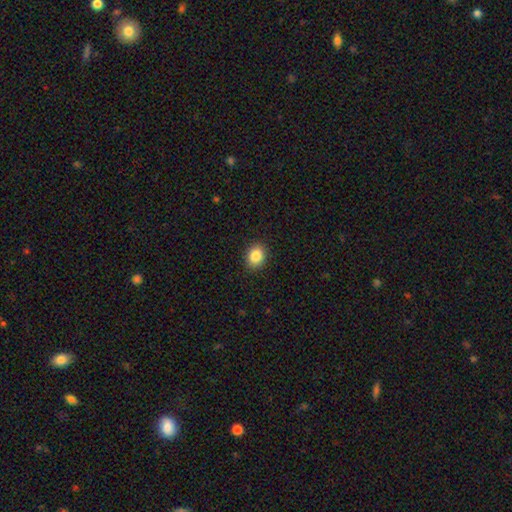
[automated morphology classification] Smooth or featured: smooth — 86% (star or artifact — 9%)
How rounded: round — 55% (in between — 44%)
Merging: none — 90% (minor disturbance — 7%)